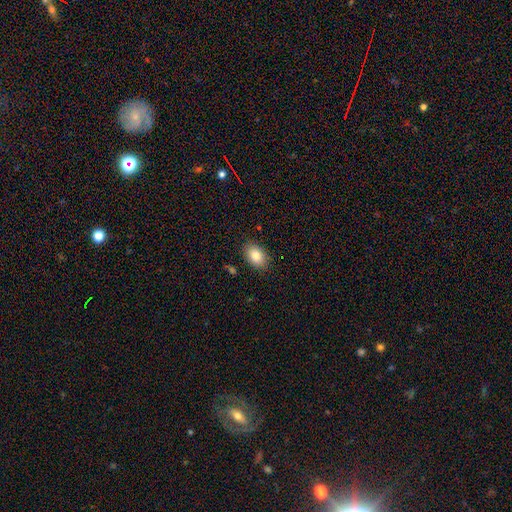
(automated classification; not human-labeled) Overall: smooth (84%). How rounded: in between (86%). Merging: none (87%).